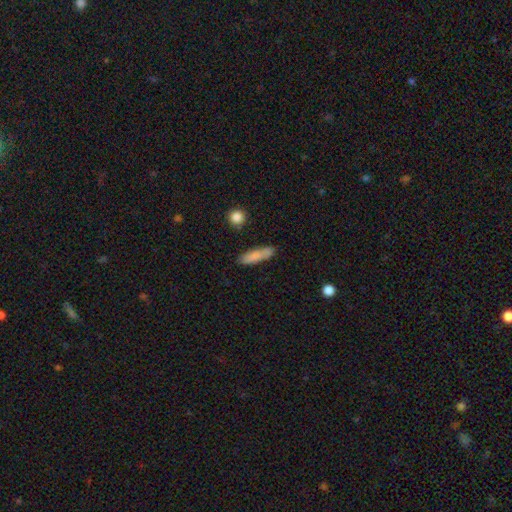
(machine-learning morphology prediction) smooth-or-featured: smooth: 81% | featured or disk: 12% | star or artifact: 7%
  how-rounded: cigar-shaped: 67% | in between: 31% | round: 2%
  merging: none: 78% | minor disturbance: 15% | merger: 4% | major disturbance: 3%